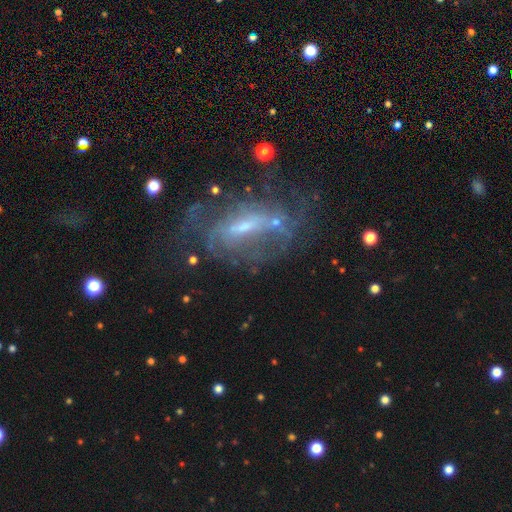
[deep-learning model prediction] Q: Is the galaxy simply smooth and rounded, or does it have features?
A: featured or disk — 68%.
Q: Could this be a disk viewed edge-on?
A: no — 82%.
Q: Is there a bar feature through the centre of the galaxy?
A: weak — 40%.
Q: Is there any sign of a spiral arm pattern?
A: yes — 64%.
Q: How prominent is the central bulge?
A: small — 53%.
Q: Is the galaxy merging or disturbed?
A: none — 57%.